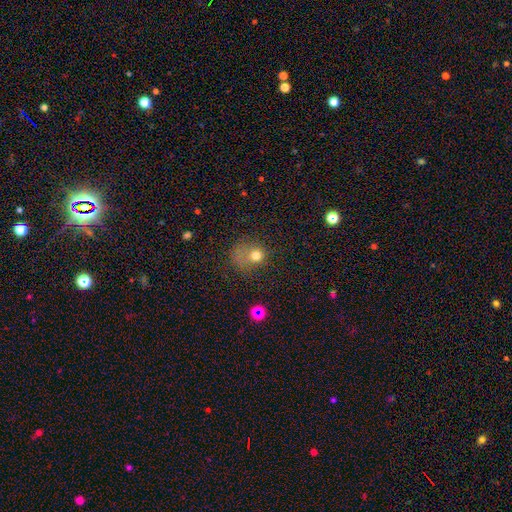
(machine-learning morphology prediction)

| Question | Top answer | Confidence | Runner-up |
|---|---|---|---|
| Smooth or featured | smooth | 70% | star or artifact (17%) |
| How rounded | round | 71% | in between (28%) |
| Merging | major disturbance | 34% | tied: none (34%) |